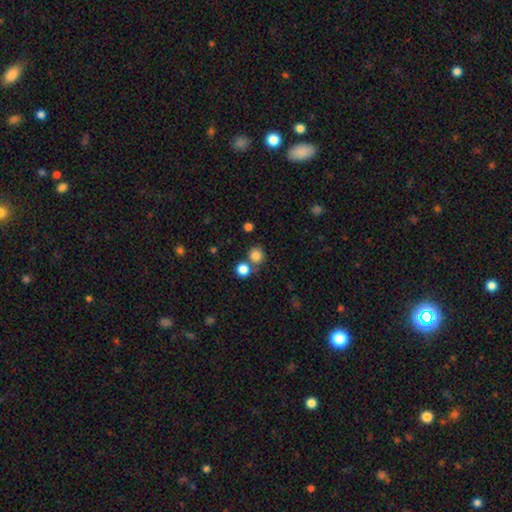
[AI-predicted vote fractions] smooth_or_featured: smooth (p=0.83) [alt: star or artifact p=0.12]
how_rounded: round (p=0.89) [alt: in between p=0.10]
merging: none (p=0.68) [alt: merger p=0.21]